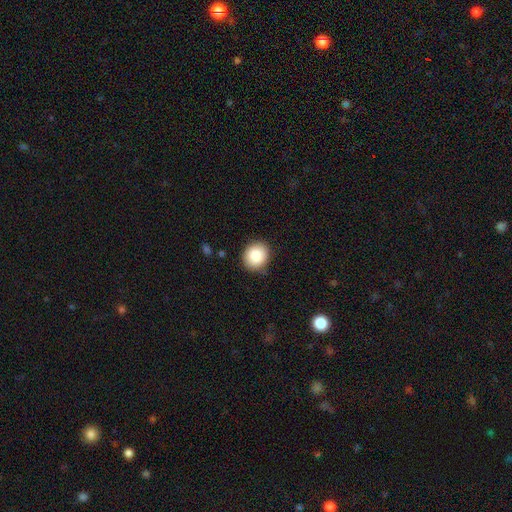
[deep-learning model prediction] Overall: smooth (87%). How rounded: round (73%). Merging: none (86%).